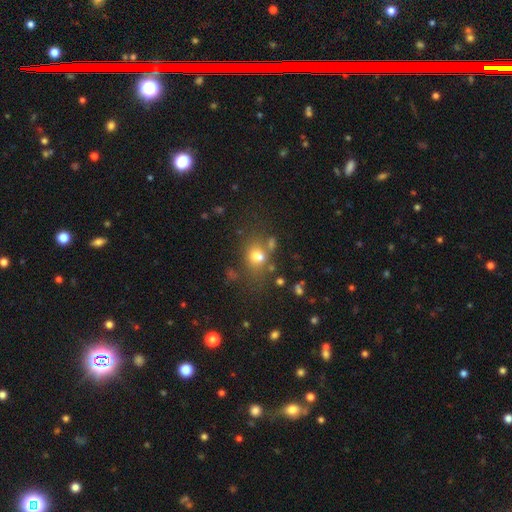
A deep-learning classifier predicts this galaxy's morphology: smooth_or_featured: smooth (p=0.68) [alt: star or artifact p=0.18]
how_rounded: in between (p=0.54) [alt: round p=0.44]
merging: none (p=0.57) [alt: merger p=0.18]